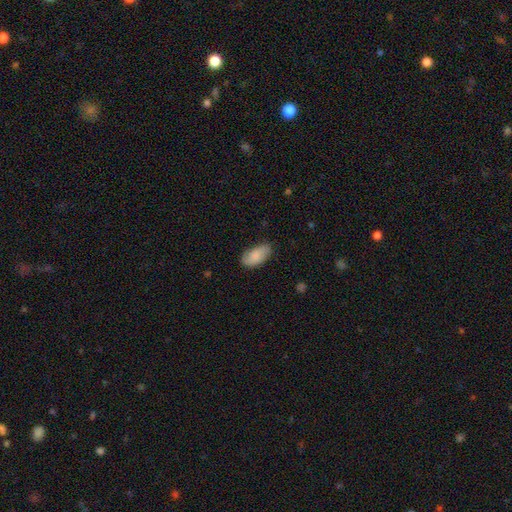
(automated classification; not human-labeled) The model was most divided on "merging": none: 72%, minor disturbance: 22%, major disturbance: 5%, merger: 1%. More confident: how rounded — in between (94%); smooth or featured — smooth (80%).